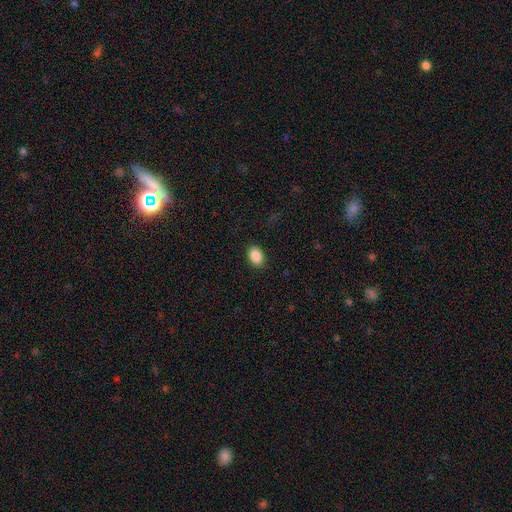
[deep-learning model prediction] Smooth or featured? Predicted: smooth (p=0.89). How rounded? Predicted: in between (p=0.82). Merging? Predicted: none (p=0.89).